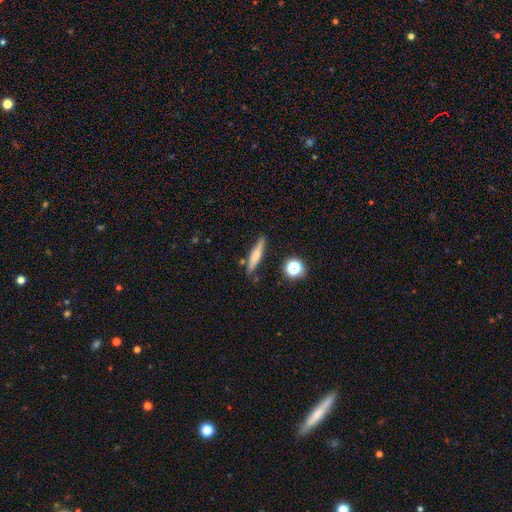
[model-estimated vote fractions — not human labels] The model was most divided on "smooth or featured": smooth: 62%, featured or disk: 29%, star or artifact: 9%. More confident: how rounded — cigar-shaped (85%); merging — none (80%).